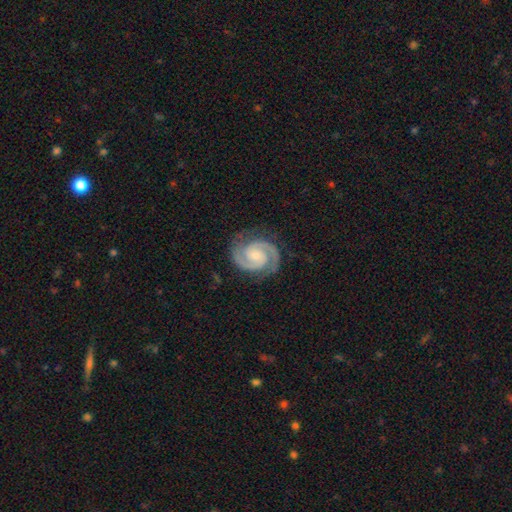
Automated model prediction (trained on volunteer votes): Overall: featured or disk (93%). Edge-on disk: no (98%). Bar: no (59%; weak 32%). Spiral arms: yes (99%). Spiral arm count: 2 (94%). Spiral winding: tight (54%; medium 42%). Bulge size: small (56%; moderate 31%). Merging: none (85%).